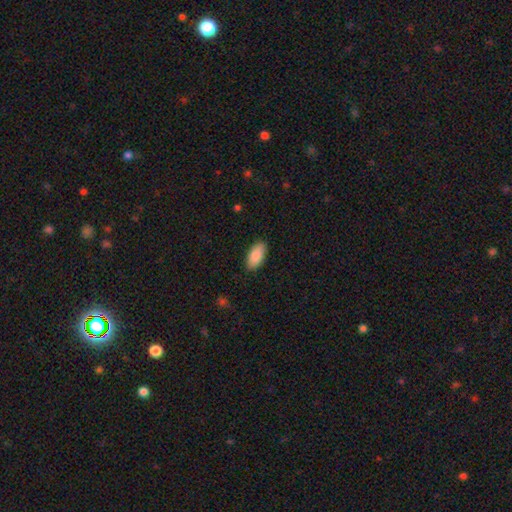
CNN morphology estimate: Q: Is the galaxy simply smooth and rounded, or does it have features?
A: smooth — 88%.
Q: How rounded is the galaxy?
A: in between — 92%.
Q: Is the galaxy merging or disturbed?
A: none — 88%.